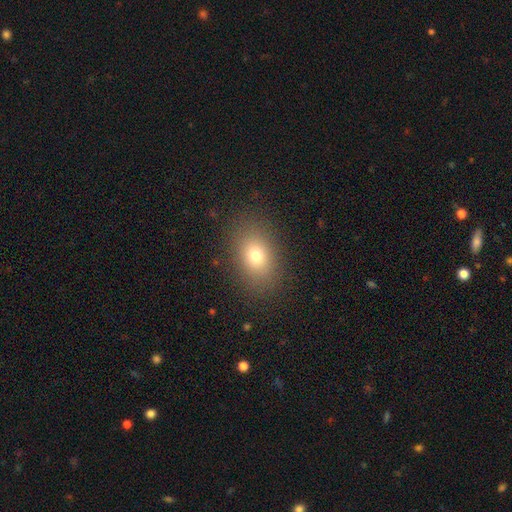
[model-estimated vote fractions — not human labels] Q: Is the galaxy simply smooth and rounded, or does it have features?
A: smooth — 74%.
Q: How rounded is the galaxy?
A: in between — 76%.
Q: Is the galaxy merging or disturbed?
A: none — 86%.